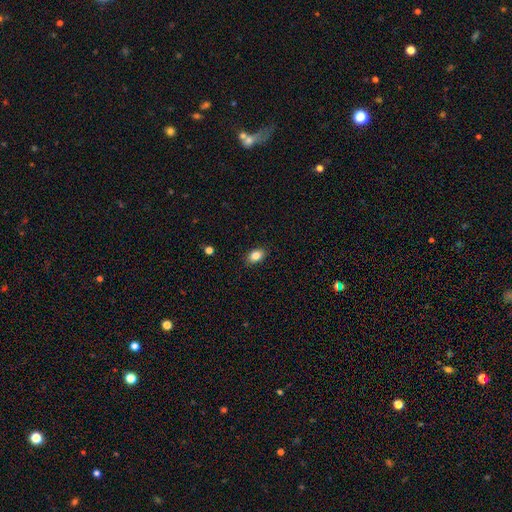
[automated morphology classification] Smooth or featured? smooth (85%)
How rounded? in between (83%)
Merging? none (87%)